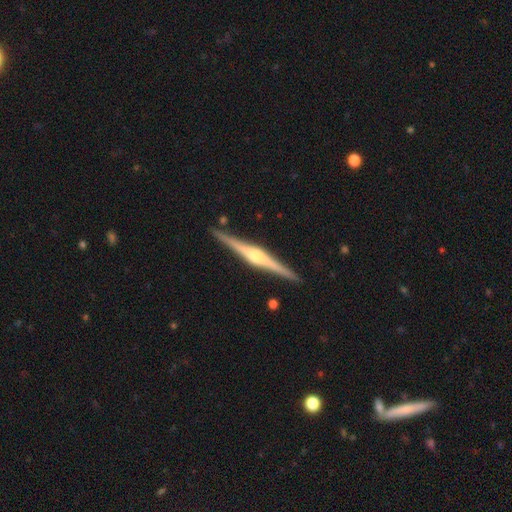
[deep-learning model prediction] A featured or disk galaxy (86%) viewed edge-on (99%) with a rounded central bulge (86%). Merging: none (91%).